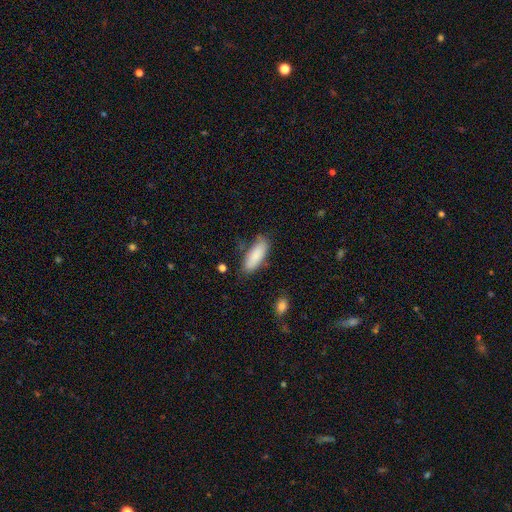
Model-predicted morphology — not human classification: smooth 85%, featured or disk 9%, star or artifact 6%. Down the decision tree: how rounded — in between (70%); merging — none (69%).